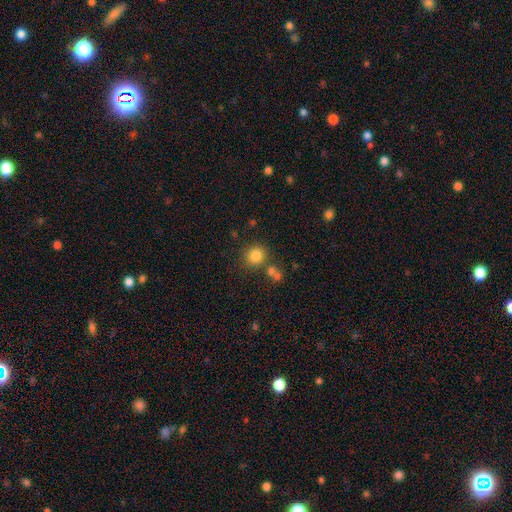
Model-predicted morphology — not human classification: A smooth galaxy with no disk features (81%) that is round (86%).

Vote fractions:
- Smooth or featured? smooth: 81% / star or artifact: 12% / featured or disk: 6%
- How rounded? round: 86% / in between: 13% / cigar-shaped: 1%
- Merging? none: 75% / merger: 12% / minor disturbance: 10% / major disturbance: 4%